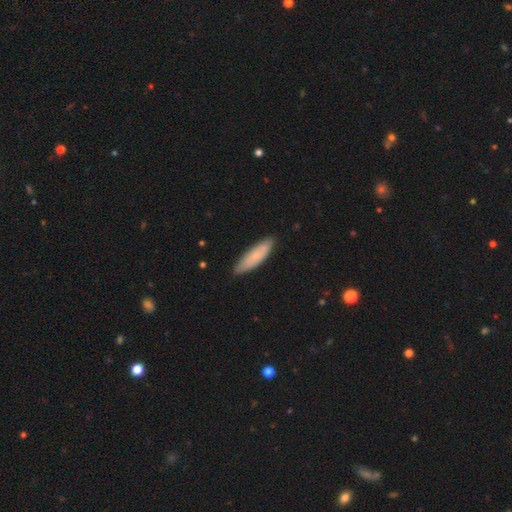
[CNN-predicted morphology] Overall: smooth (77%). How rounded: cigar-shaped (59%; in between 39%). Merging: none (85%).